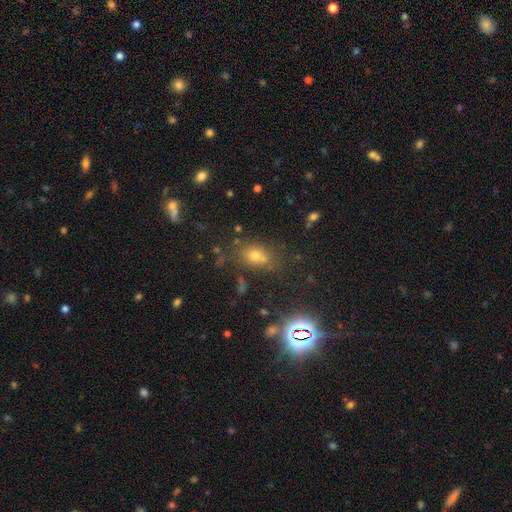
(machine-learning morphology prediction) Smooth or featured?
  - smooth: 57% *
  - star or artifact: 31%
  - featured or disk: 12%
How rounded?
  - in between: 55% *
  - round: 43%
  - cigar-shaped: 2%
Merging?
  - none: 68% *
  - minor disturbance: 14%
  - merger: 12%
  - major disturbance: 6%